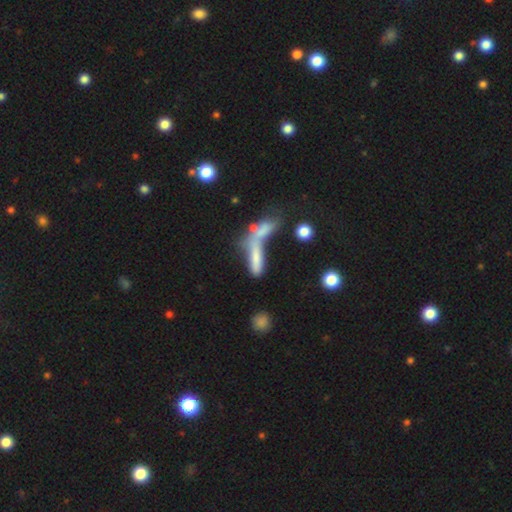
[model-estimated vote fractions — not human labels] Smooth or featured? smooth (60%)
How rounded? cigar-shaped (67%)
Merging? merger (55%)